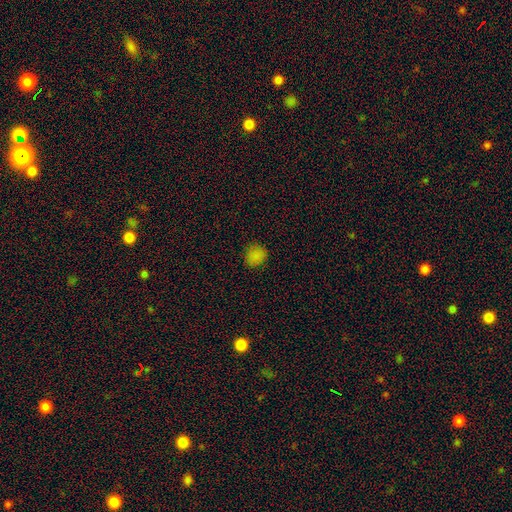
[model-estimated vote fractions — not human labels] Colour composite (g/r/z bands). It shows a smooth galaxy with no disk features (81%) that is round (77%). Merging: none (87%).